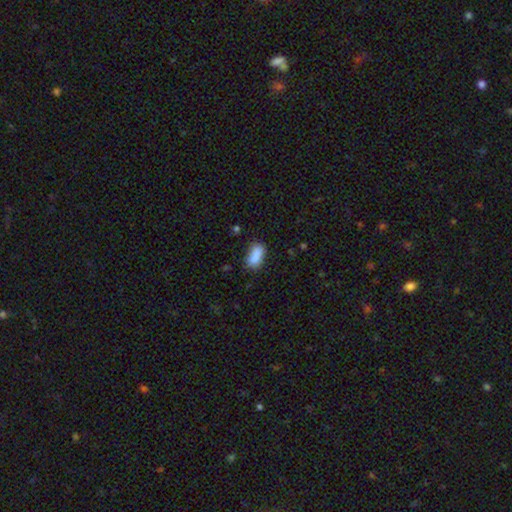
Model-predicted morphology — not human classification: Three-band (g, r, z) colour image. It shows a smooth galaxy with no disk features (85%) that is in between round and cigar-shaped (88%). Merging: none (61%).